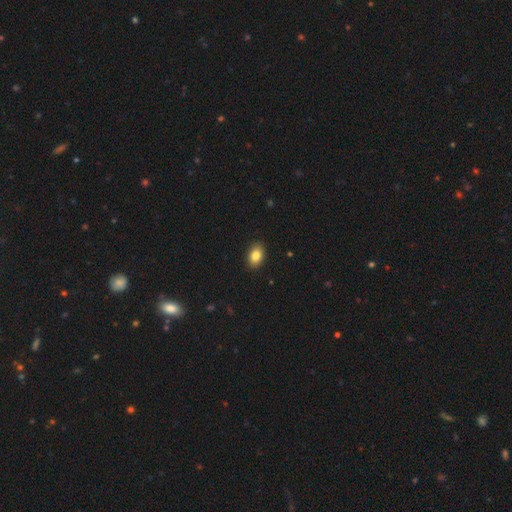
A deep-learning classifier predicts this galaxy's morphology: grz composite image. It shows a smooth galaxy with no disk features (84%) that is in between round and cigar-shaped (82%). Merging: none (90%).